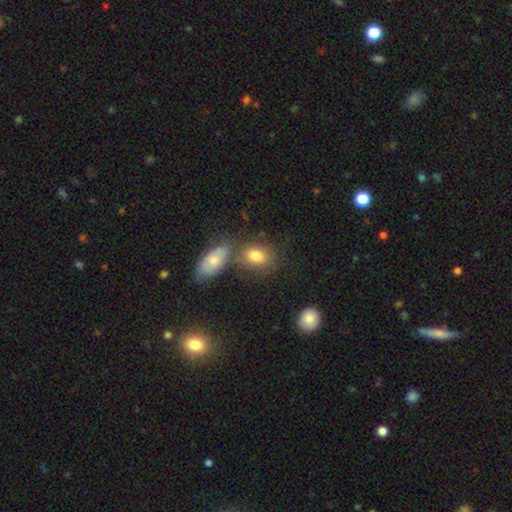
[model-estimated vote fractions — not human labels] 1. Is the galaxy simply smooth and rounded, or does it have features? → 78% smooth, 12% featured or disk, 9% star or artifact.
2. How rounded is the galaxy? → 75% in between, 22% round, 3% cigar-shaped.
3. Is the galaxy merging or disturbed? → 53% none, 27% merger, 14% minor disturbance, 6% major disturbance.